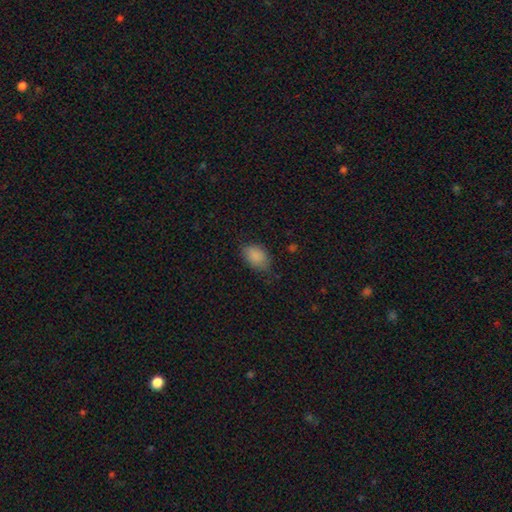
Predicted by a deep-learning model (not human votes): smooth 87%, star or artifact 8%, featured or disk 4%. Down the decision tree: how rounded — in between (83%); merging — none (70%).